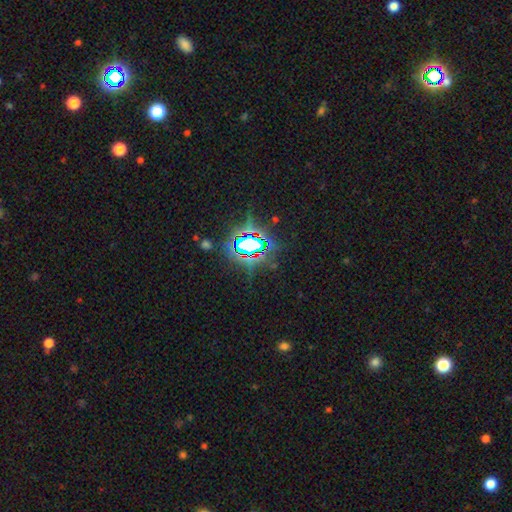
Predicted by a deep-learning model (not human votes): The model was most divided on "smooth or featured": star or artifact: 81%, smooth: 11%, featured or disk: 8%.